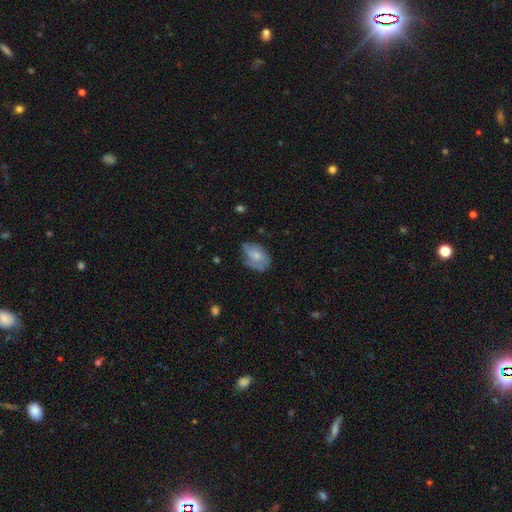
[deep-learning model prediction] The model was most divided on "merging": none: 46%, minor disturbance: 35%, major disturbance: 16%, merger: 2%. More confident: how rounded — in between (86%); smooth or featured — smooth (56%).